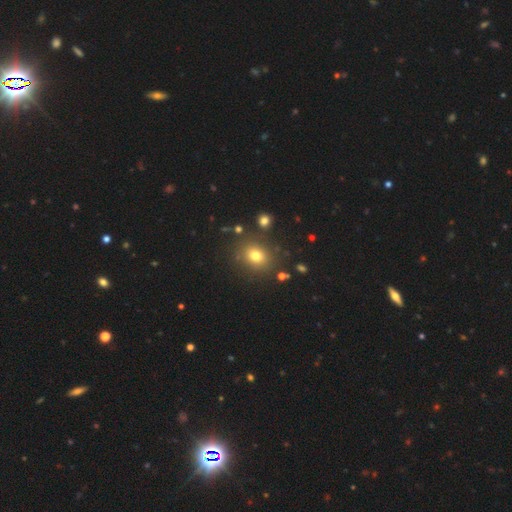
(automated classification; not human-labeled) Smooth or featured?
  - smooth: 75% *
  - star or artifact: 16%
  - featured or disk: 9%
How rounded?
  - round: 62% *
  - in between: 37%
  - cigar-shaped: 1%
Merging?
  - none: 83% *
  - minor disturbance: 9%
  - merger: 5%
  - major disturbance: 3%